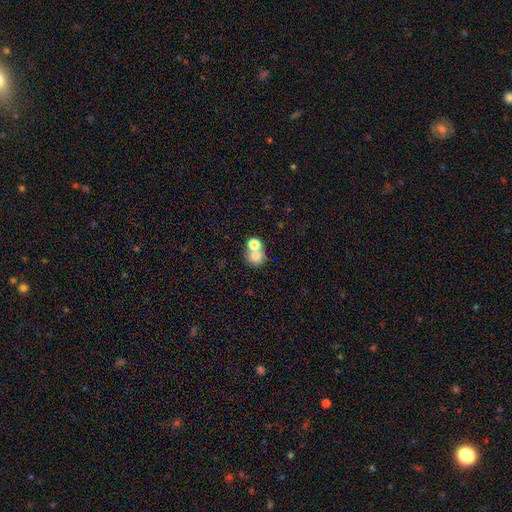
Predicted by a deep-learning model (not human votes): The model was most divided on "merging": merger: 54%, none: 37%, minor disturbance: 6%, major disturbance: 3%. More confident: how rounded — round (79%); smooth or featured — smooth (77%).